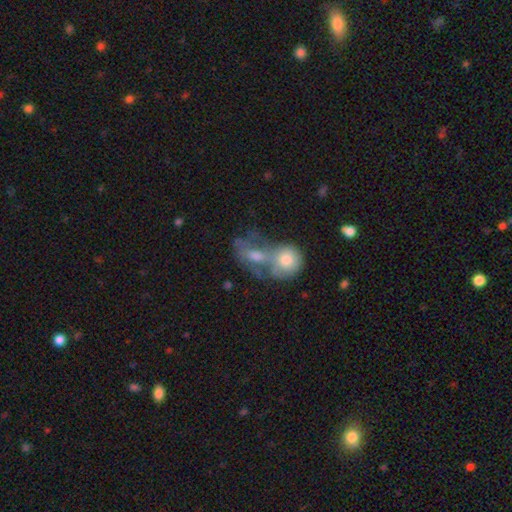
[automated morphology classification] smooth_or_featured: smooth (p=0.57) [alt: featured or disk p=0.34]
how_rounded: in between (p=0.62) [alt: round p=0.35]
merging: merger (p=0.69) [alt: none p=0.14]